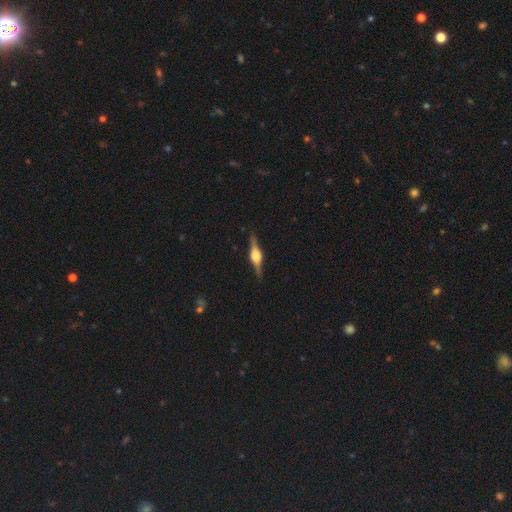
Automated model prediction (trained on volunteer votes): Morphology: type=featured or disk (81%); edge-on=yes (98%); edge-on bulge=rounded (92%); merging=none (90%).